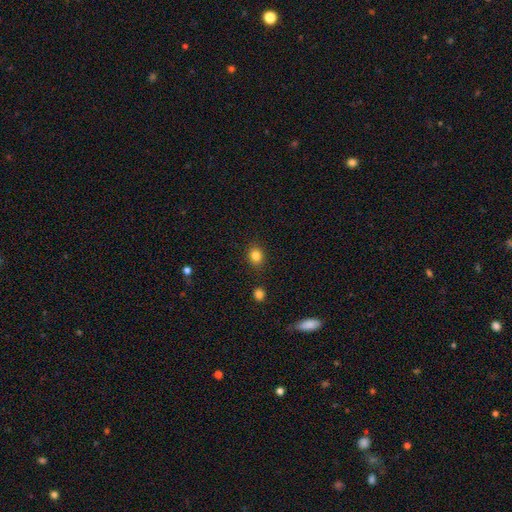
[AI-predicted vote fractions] Smooth or featured? smooth (83%)
How rounded? round (71%)
Merging? none (88%)